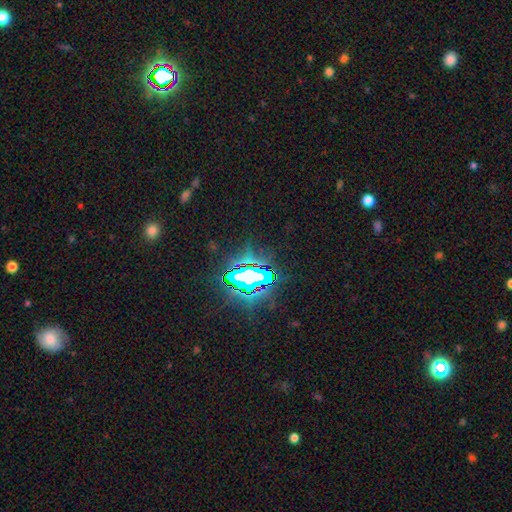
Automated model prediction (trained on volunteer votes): smooth_or_featured: star or artifact (p=0.84) [alt: smooth p=0.10]